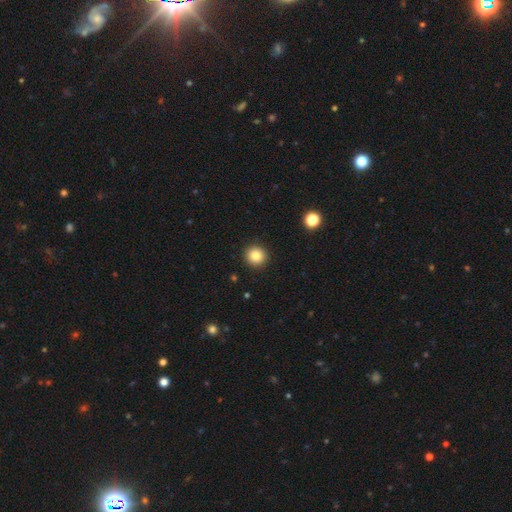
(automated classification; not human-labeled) Smooth or featured? smooth (84%)
How rounded? round (94%)
Merging? none (93%)